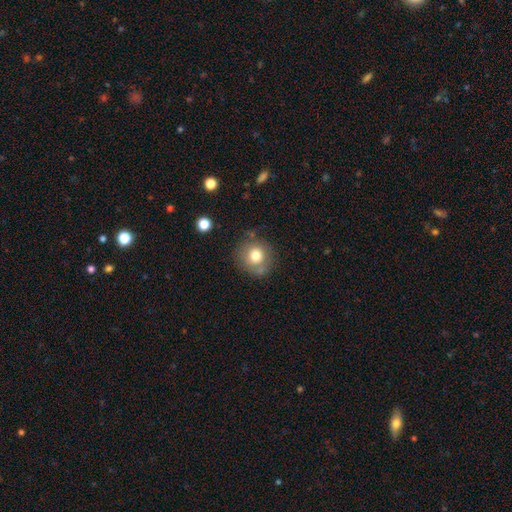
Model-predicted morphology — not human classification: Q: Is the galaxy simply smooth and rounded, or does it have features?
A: smooth — 76%.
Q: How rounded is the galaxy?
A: round — 90%.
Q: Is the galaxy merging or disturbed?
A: none — 77%.